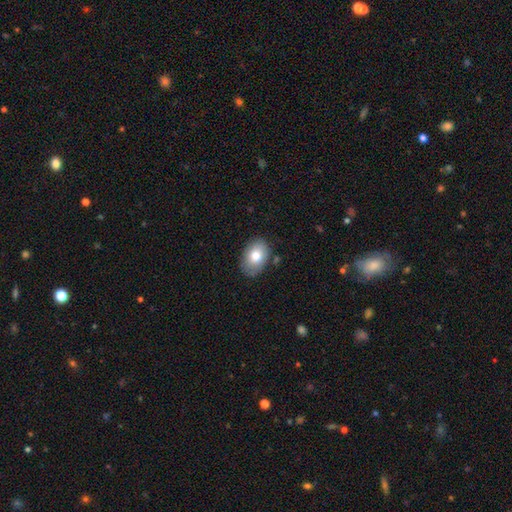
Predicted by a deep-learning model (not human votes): The model was most divided on "smooth or featured": smooth: 78%, featured or disk: 15%, star or artifact: 7%. More confident: how rounded — in between (83%); merging — none (80%).